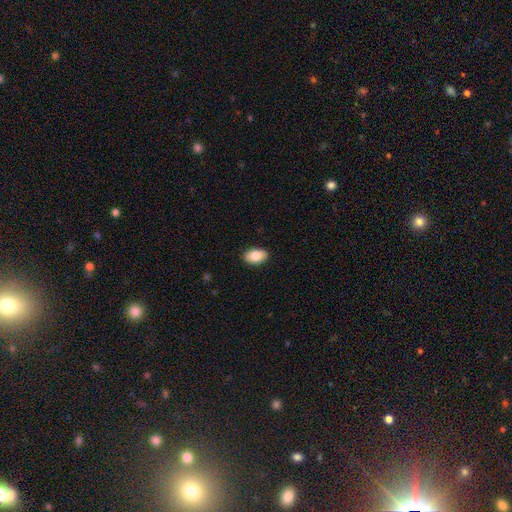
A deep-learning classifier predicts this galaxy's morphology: smooth-or-featured: smooth: 87% | star or artifact: 7% | featured or disk: 6%
  how-rounded: in between: 92% | round: 7% | cigar-shaped: 1%
  merging: none: 90% | minor disturbance: 8% | major disturbance: 2% | merger: 1%